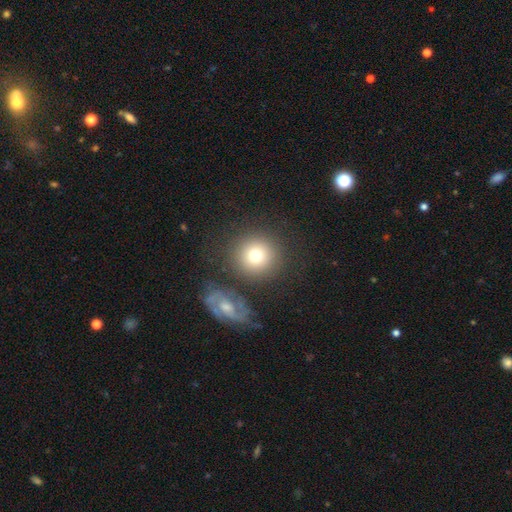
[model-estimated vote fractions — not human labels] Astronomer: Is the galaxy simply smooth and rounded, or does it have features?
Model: smooth — 74%.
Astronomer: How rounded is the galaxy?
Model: round — 92%.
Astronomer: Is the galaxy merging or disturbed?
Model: none — 77%.